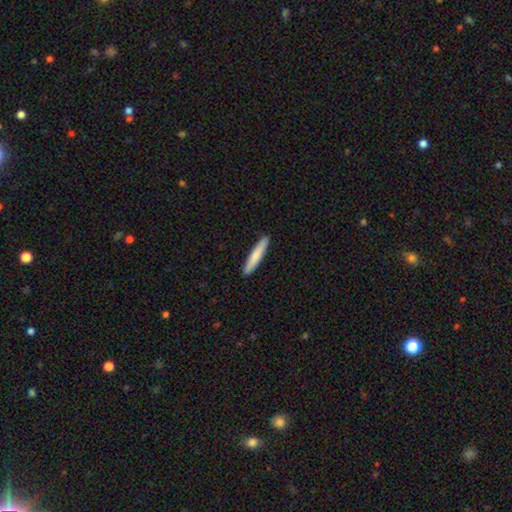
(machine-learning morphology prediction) This appears to be a smooth galaxy with no disk features (78%) that is cigar-shaped (93%). Merging: none (92%).